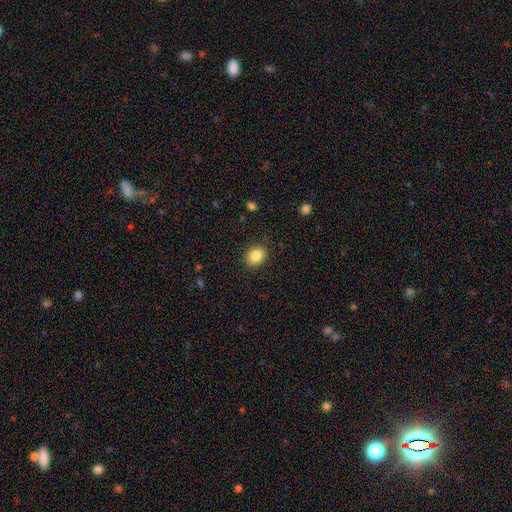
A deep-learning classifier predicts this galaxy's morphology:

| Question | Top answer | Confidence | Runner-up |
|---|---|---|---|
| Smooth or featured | smooth | 84% | star or artifact (9%) |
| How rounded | round | 52% | in between (47%) |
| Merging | none | 86% | minor disturbance (10%) |